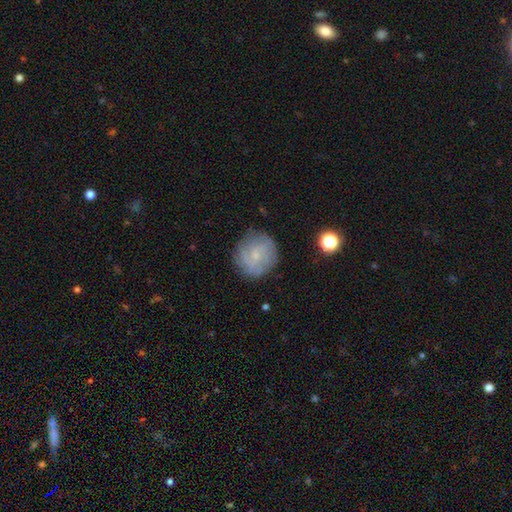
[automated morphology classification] Smooth or featured? featured or disk (47%)
Merging? none (79%)